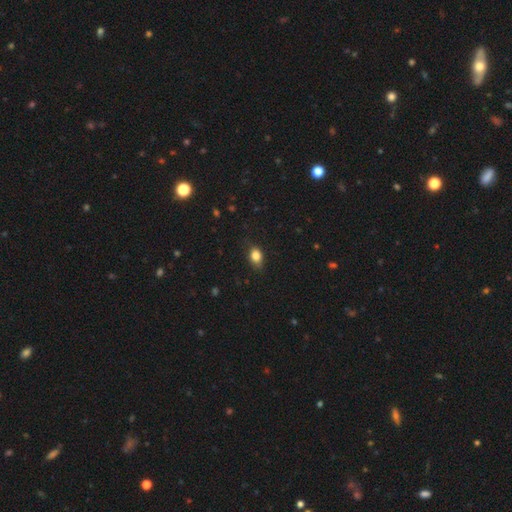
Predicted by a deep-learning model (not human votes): A smooth galaxy with no disk features (83%) that is in between round and cigar-shaped (68%).

Vote fractions:
- Smooth or featured? smooth: 83% / star or artifact: 10% / featured or disk: 7%
- How rounded? in between: 68% / round: 30% / cigar-shaped: 2%
- Merging? none: 76% / minor disturbance: 19% / major disturbance: 4% / merger: 1%